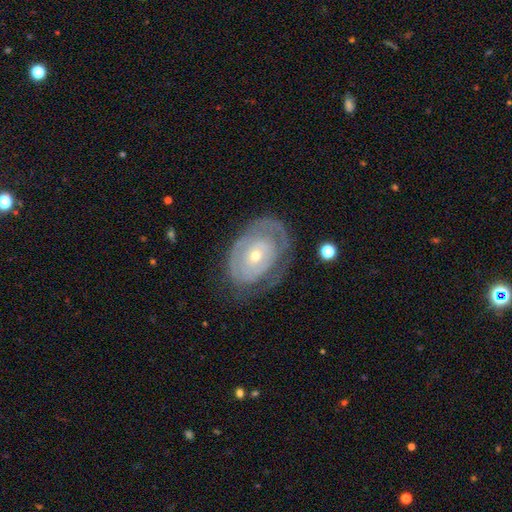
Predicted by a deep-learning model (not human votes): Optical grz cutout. It shows a featured or disk galaxy (72%) with no bar (80%), spiral arms (60%) and a small central bulge (61%). Merging: none (57%).